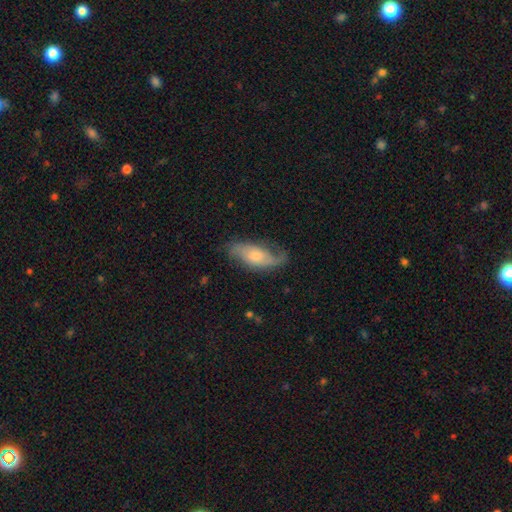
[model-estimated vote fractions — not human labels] This is likely a featured or disk galaxy (64%). It is clearly not viewed edge-on (89%). Bar: likely no (69%). Spiral arm pattern: clearly yes (90%). Spiral arm count: likely 2 (76%). Spiral winding: possibly loose (46%). Central bulge: marginally moderate (44%). Merging: likely none (66%).